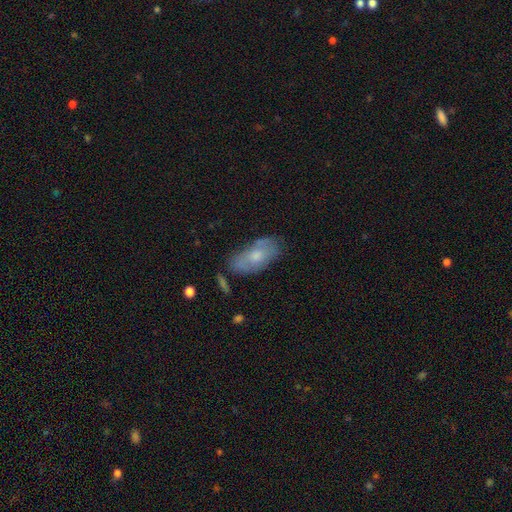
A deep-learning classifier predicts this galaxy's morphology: Smooth or featured?
  - smooth: 60% *
  - featured or disk: 34%
  - star or artifact: 7%
How rounded?
  - in between: 90% *
  - cigar-shaped: 6%
  - round: 3%
Merging?
  - none: 67% *
  - minor disturbance: 23%
  - major disturbance: 6%
  - merger: 4%